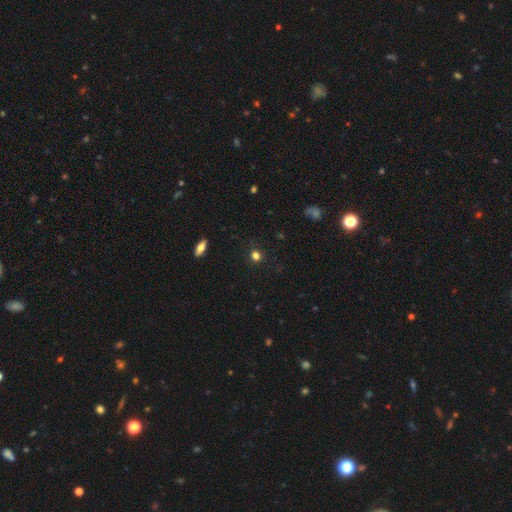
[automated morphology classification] Smooth or featured?
  - smooth: 76% *
  - star or artifact: 19%
  - featured or disk: 5%
How rounded?
  - round: 86% *
  - in between: 12%
  - cigar-shaped: 1%
Merging?
  - none: 85% *
  - minor disturbance: 9%
  - major disturbance: 3%
  - merger: 2%